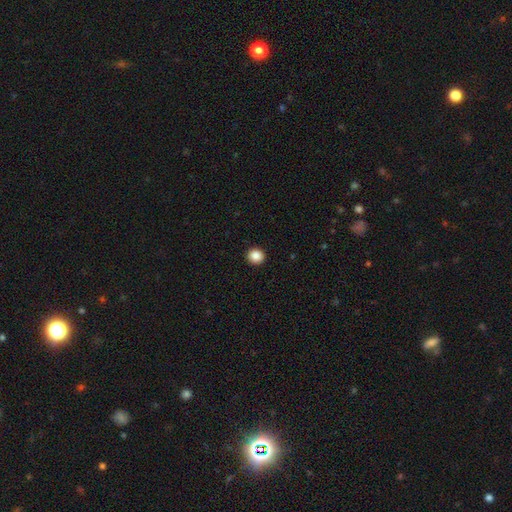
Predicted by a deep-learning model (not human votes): smooth-or-featured: smooth: 87% | star or artifact: 10% | featured or disk: 3%
  how-rounded: round: 92% | in between: 7% | cigar-shaped: 1%
  merging: none: 93% | minor disturbance: 4% | major disturbance: 1% | merger: 1%